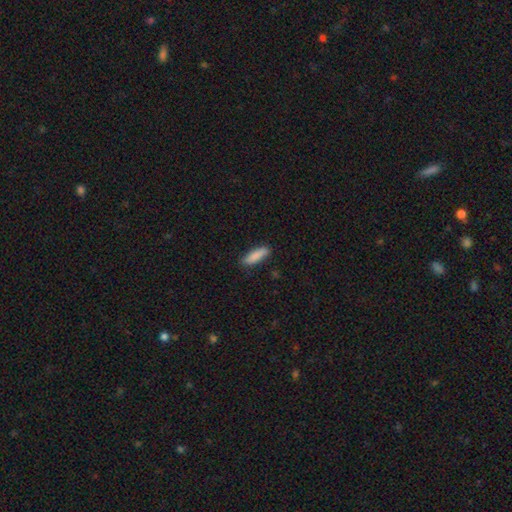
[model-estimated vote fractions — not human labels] Smooth or featured? smooth (88%)
How rounded? cigar-shaped (57%)
Merging? none (85%)